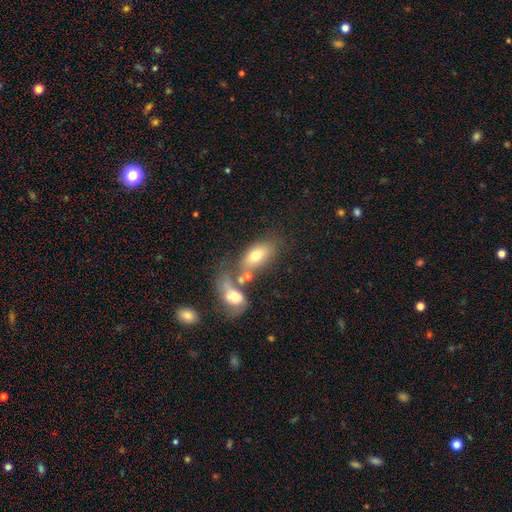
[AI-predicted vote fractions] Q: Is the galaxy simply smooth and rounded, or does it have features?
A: smooth — 67%.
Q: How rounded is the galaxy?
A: in between — 85%.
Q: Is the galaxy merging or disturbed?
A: none — 38%, tied with merger.